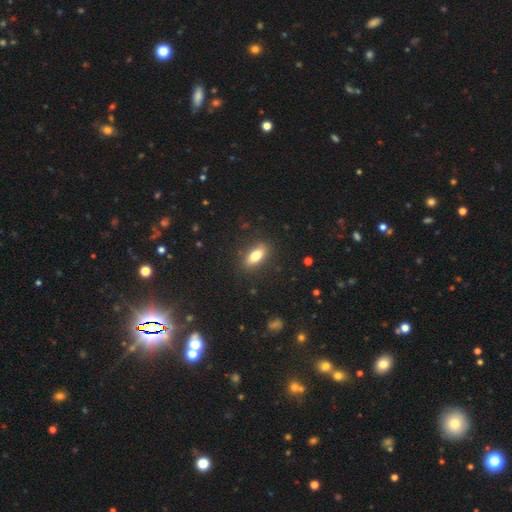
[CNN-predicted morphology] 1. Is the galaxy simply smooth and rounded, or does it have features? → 78% smooth, 14% featured or disk, 8% star or artifact.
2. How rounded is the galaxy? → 82% in between, 12% cigar-shaped, 6% round.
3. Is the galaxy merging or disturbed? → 86% none, 10% minor disturbance, 3% major disturbance, 1% merger.